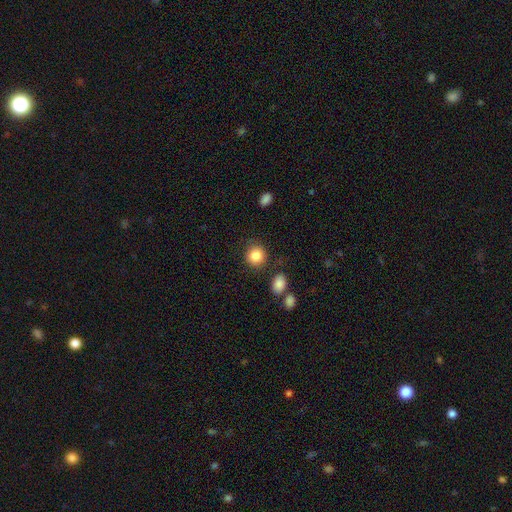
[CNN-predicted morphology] A smooth galaxy with no disk features (86%) that is round (86%). Merging: none (82%).